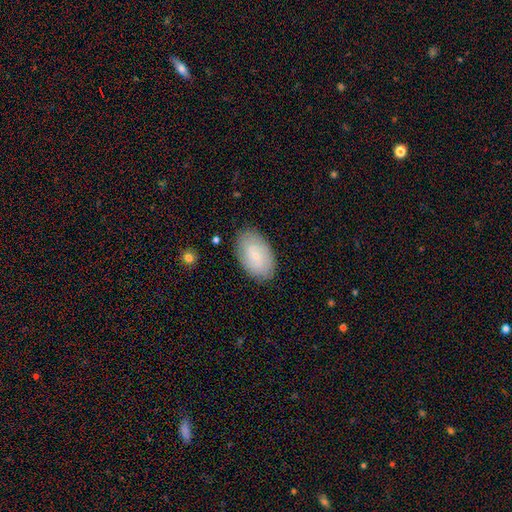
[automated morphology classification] smooth_or_featured: smooth (p=0.47) [alt: featured or disk p=0.46]
merging: none (p=0.84) [alt: minor disturbance p=0.12]